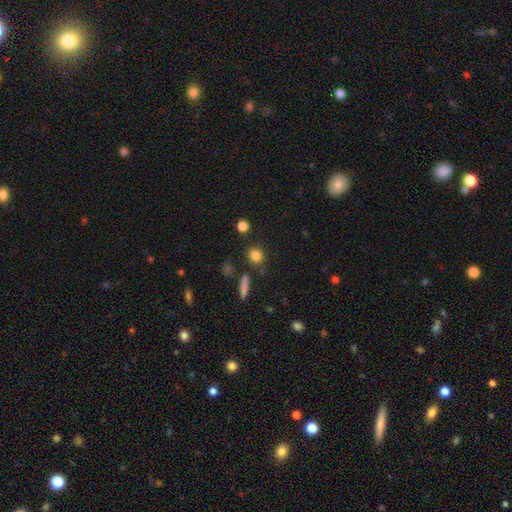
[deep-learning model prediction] Smooth or featured: smooth — 83% (star or artifact — 11%)
How rounded: round — 67% (in between — 29%)
Merging: none — 81% (minor disturbance — 10%)